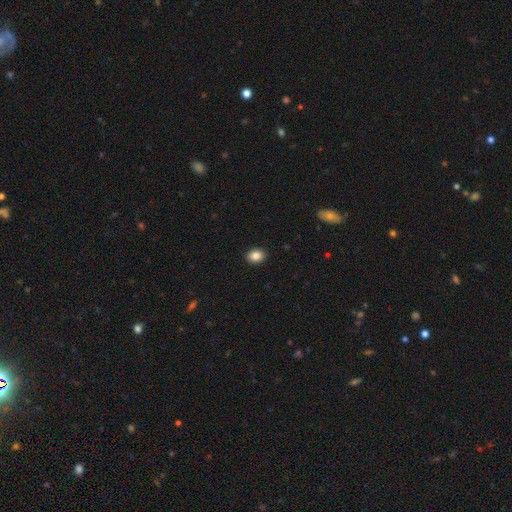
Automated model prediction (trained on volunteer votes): Overall: smooth (86%). How rounded: in between (61%; round 38%). Merging: none (91%).